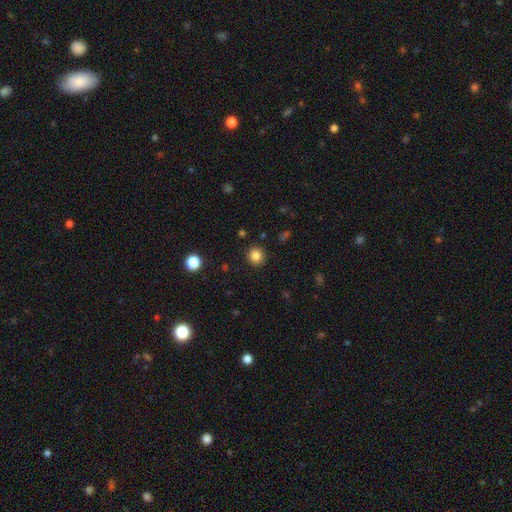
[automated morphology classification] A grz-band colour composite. It shows a smooth galaxy with no disk features (84%) that is round (90%). Merging: none (90%).